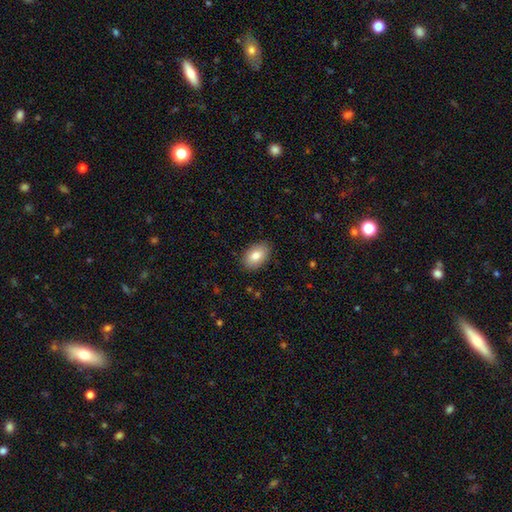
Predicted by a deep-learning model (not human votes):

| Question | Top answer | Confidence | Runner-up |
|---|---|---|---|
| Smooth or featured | smooth | 82% | featured or disk (11%) |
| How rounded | in between | 91% | round (8%) |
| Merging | none | 87% | minor disturbance (10%) |